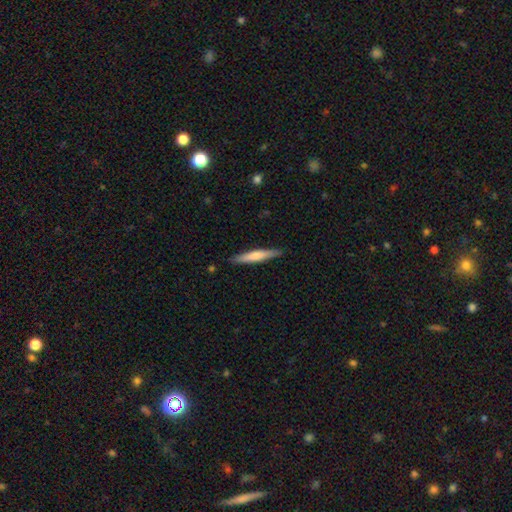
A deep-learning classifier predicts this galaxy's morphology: type=smooth (61%); roundness=cigar-shaped (93%); merging=none (88%).